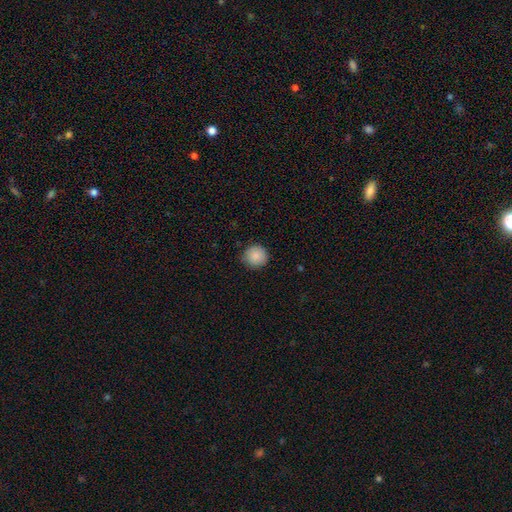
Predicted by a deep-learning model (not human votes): smooth-or-featured: smooth: 88% | star or artifact: 8% | featured or disk: 4%
  how-rounded: round: 94% | in between: 5% | cigar-shaped: 1%
  merging: none: 87% | minor disturbance: 10% | major disturbance: 2% | merger: 1%